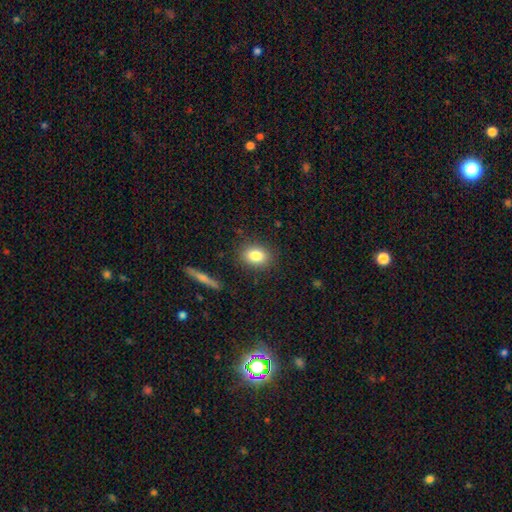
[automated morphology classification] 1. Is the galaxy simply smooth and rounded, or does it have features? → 82% smooth, 9% star or artifact, 9% featured or disk.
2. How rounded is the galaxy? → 69% in between, 29% round, 2% cigar-shaped.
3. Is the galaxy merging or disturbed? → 86% none, 9% minor disturbance, 3% major disturbance, 2% merger.